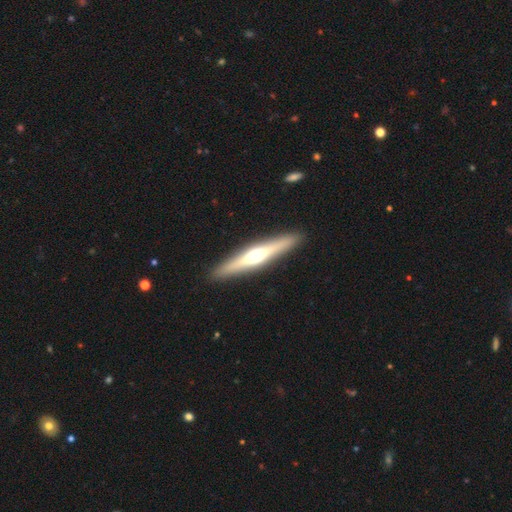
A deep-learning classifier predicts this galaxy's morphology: Smooth or featured? featured or disk (63%)
Edge-on disk? yes (95%)
Edge-on bulge? rounded (93%)
Merging? none (91%)